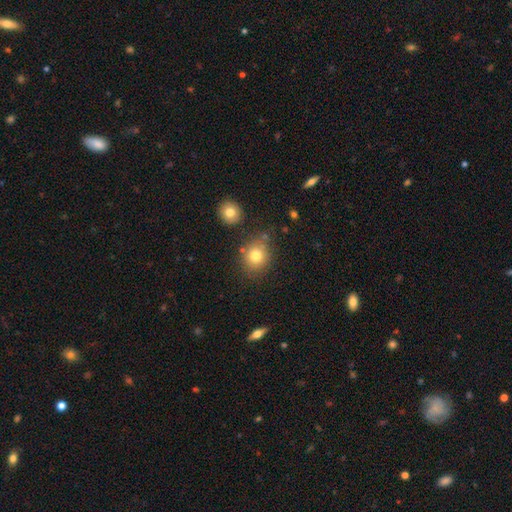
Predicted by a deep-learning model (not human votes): A smooth galaxy with no disk features (77%) that is round (75%). Merging: none (76%).